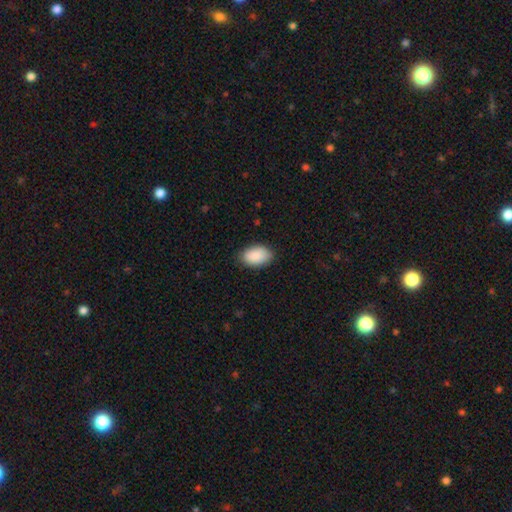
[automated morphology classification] smooth-or-featured: smooth: 90% | star or artifact: 6% | featured or disk: 4%
  how-rounded: in between: 93% | round: 6% | cigar-shaped: 1%
  merging: none: 84% | minor disturbance: 12% | major disturbance: 2% | merger: 1%